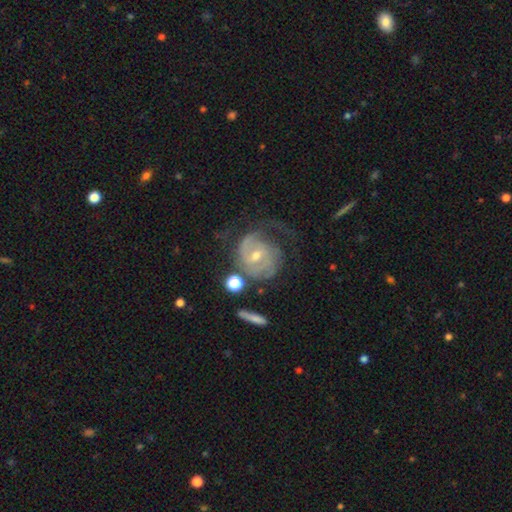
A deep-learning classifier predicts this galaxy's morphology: A featured or disk galaxy (85%) with no bar (45%), 2 (41%) tight (56%) spiral arms (94%) and a moderate central bulge (49%).

Vote fractions:
- Smooth or featured? featured or disk: 85% / smooth: 9% / star or artifact: 6%
- Edge-on disk? no: 97% / yes: 3%
- Bar? no: 45% / weak: 42% / strong: 12%
- Spiral arms? yes: 94% / no: 6%
- Spiral winding? tight: 56% / medium: 33% / loose: 12%
- Spiral arm count? 2: 41% / can't tell: 26% / 3: 16% / 1: 9% / 4: 4% / more than 4: 4%
- Bulge size? moderate: 49% / small: 48% / large: 1% / none: 1% / dominant: 1%
- Merging? none: 49% / major disturbance: 24% / minor disturbance: 22% / merger: 6%